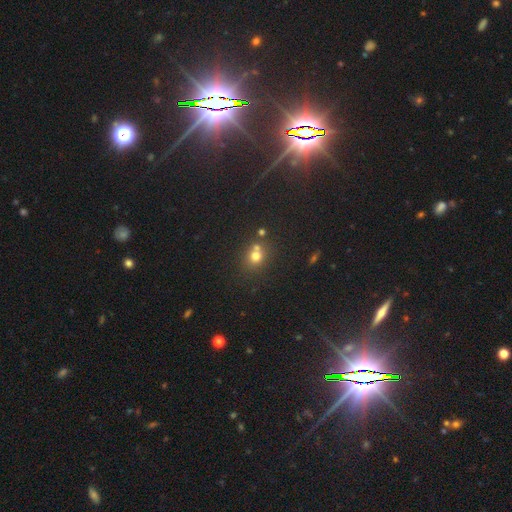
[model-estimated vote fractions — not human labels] Overall: smooth (70%). How rounded: round (77%). Merging: none (51%; merger 36%).